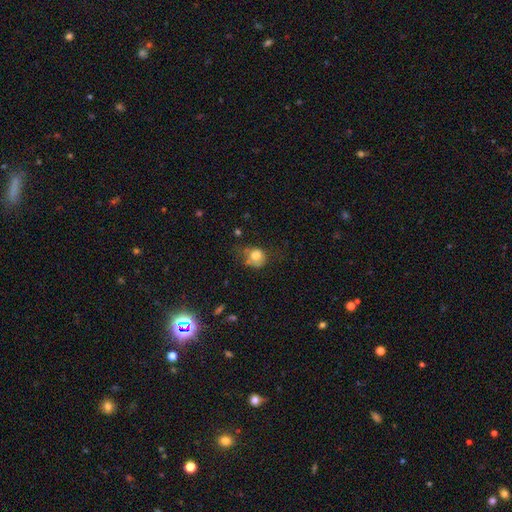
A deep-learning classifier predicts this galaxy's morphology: Smooth or featured: smooth — 74% (featured or disk — 15%)
How rounded: round — 65% (in between — 34%)
Merging: none — 35% (minor disturbance — 31%)